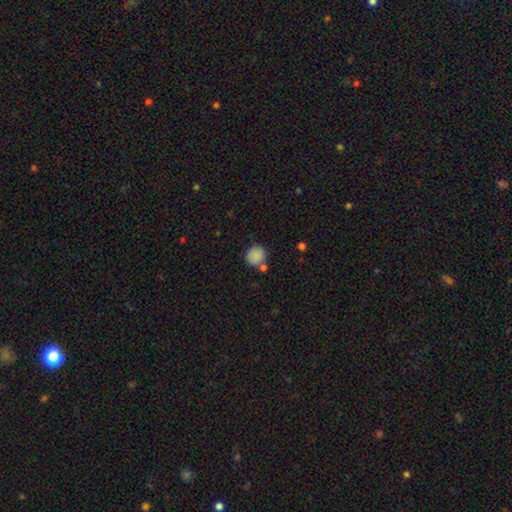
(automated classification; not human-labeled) This is clearly a smooth galaxy (87%). How rounded: clearly round (81%). Merging: likely none (67%).